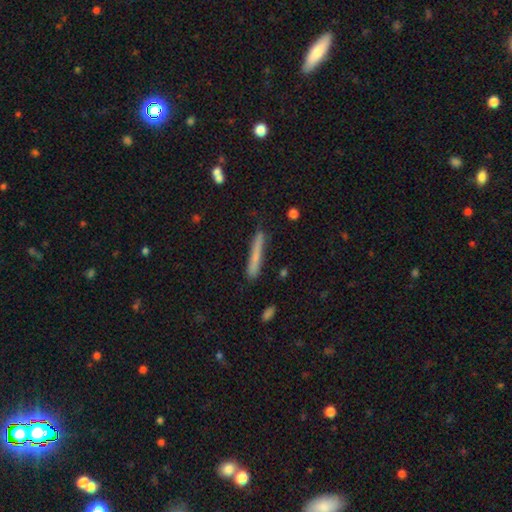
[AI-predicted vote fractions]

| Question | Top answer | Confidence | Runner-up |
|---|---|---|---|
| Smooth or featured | smooth | 70% | featured or disk (23%) |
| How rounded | cigar-shaped | 96% | in between (3%) |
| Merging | none | 84% | minor disturbance (12%) |